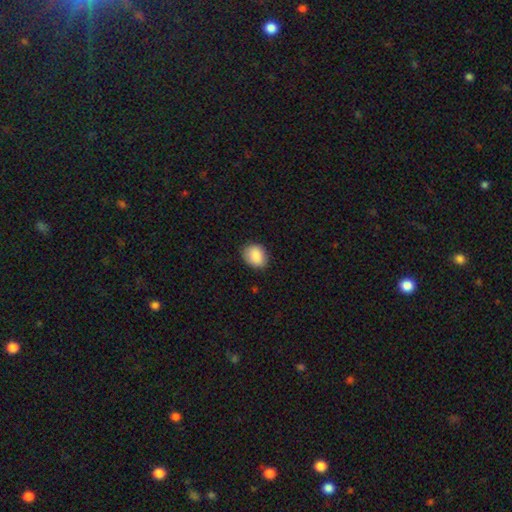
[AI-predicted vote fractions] Q: Smooth or featured?
A: smooth (88%); runner-up: star or artifact (7%)
Q: How rounded?
A: in between (54%); runner-up: round (45%)
Q: Merging?
A: none (86%); runner-up: minor disturbance (10%)